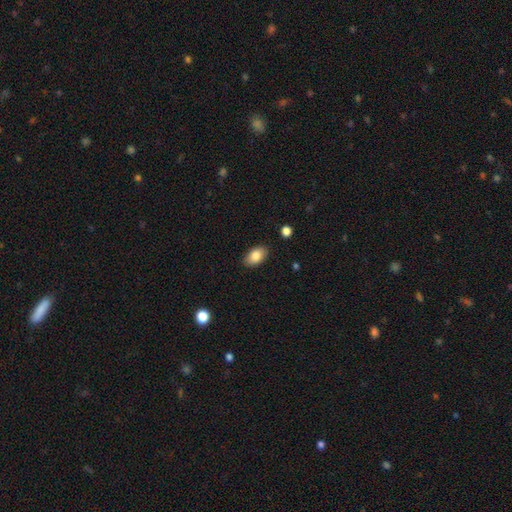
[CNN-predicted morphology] Overall: smooth (84%). How rounded: in between (92%). Merging: none (87%).